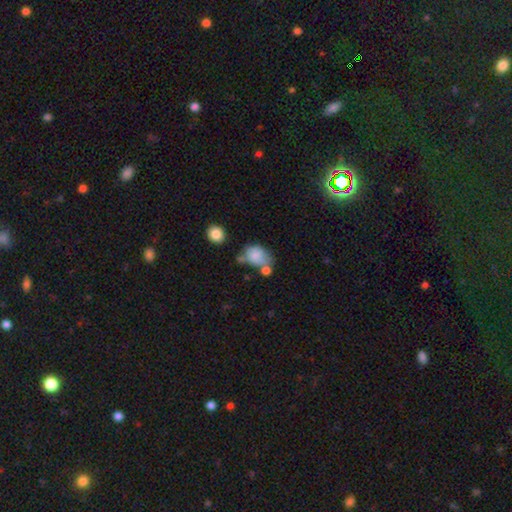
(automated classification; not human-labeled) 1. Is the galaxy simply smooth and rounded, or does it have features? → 77% smooth, 14% featured or disk, 9% star or artifact.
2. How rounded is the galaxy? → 72% in between, 27% round, 1% cigar-shaped.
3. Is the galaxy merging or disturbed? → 34% none, 28% merger, 25% minor disturbance, 13% major disturbance.